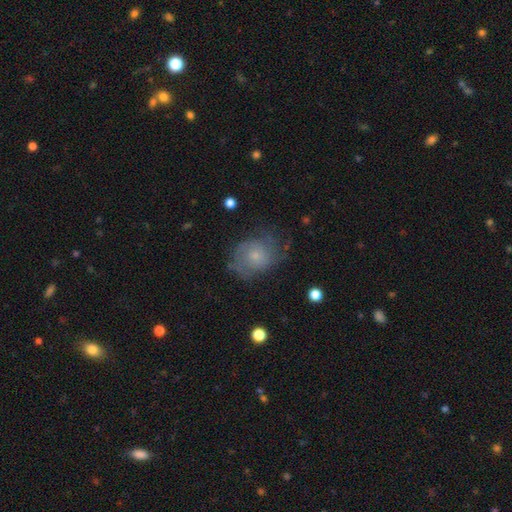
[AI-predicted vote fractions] A featured or disk galaxy (47%).

Vote fractions:
- Smooth or featured? featured or disk: 47% / smooth: 43% / star or artifact: 10%
- Merging? none: 55% / minor disturbance: 26% / major disturbance: 18% / merger: 2%